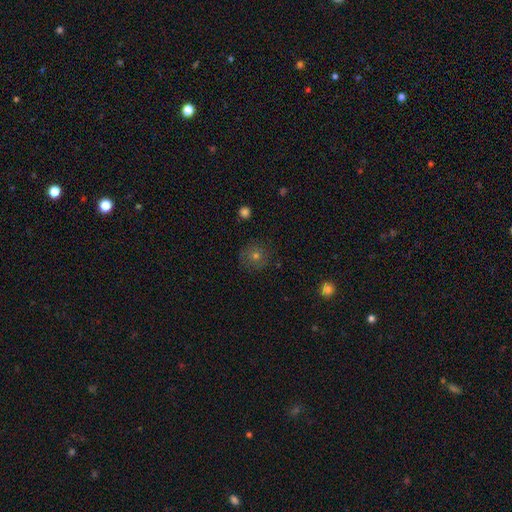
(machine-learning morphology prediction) This appears to be a smooth galaxy with no disk features (55%) that is round (92%). Merging: none (83%).